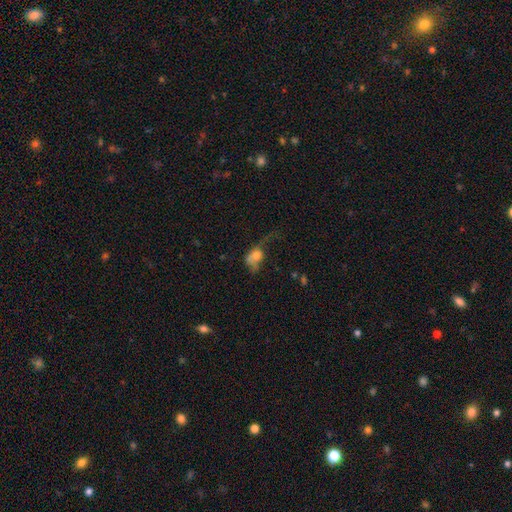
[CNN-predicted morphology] Smooth or featured?
  - smooth: 58% *
  - featured or disk: 32%
  - star or artifact: 11%
How rounded?
  - in between: 62% *
  - round: 34%
  - cigar-shaped: 4%
Merging?
  - major disturbance: 57% *
  - none: 17%
  - minor disturbance: 17%
  - merger: 10%